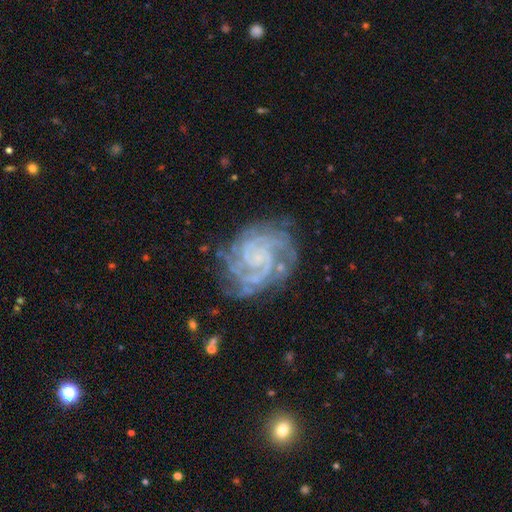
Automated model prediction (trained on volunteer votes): Smooth or featured? featured or disk (83%)
Edge-on disk? no (97%)
Bar? no (61%)
Spiral arms? yes (97%)
Spiral winding? tight (69%)
Spiral arm count? can't tell (25%)
Bulge size? small (50%)
Merging? none (74%)